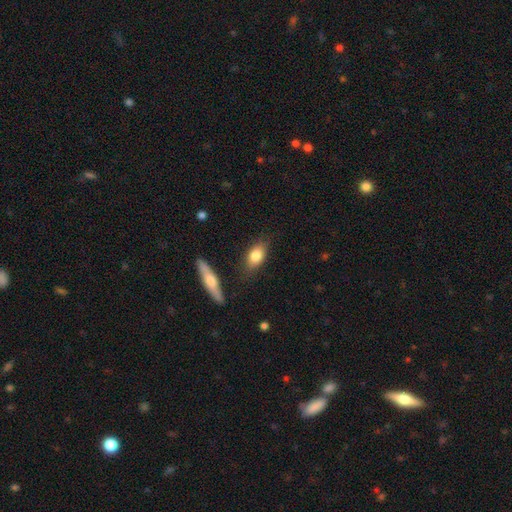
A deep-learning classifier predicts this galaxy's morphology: smooth 79%, featured or disk 15%, star or artifact 7%. Down the decision tree: how rounded — in between (82%); merging — none (79%).